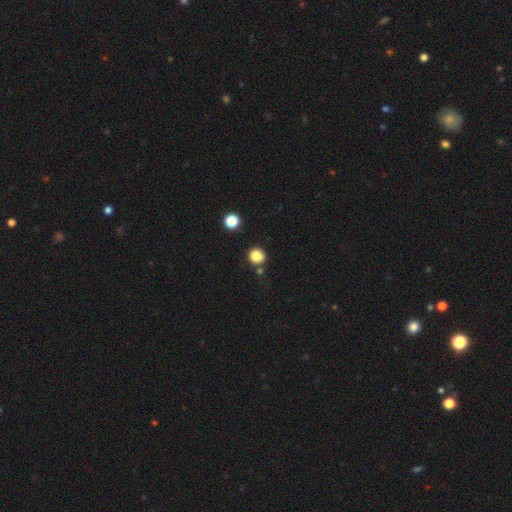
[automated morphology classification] This is clearly a smooth galaxy (84%). How rounded: clearly round (88%). Merging: likely none (75%).